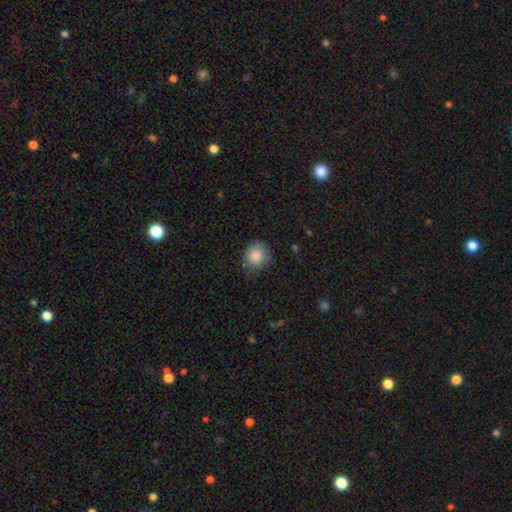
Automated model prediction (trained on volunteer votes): smooth-or-featured: smooth: 87% | star or artifact: 8% | featured or disk: 5%
  how-rounded: round: 79% | in between: 20% | cigar-shaped: 1%
  merging: none: 77% | minor disturbance: 18% | major disturbance: 4% | merger: 1%